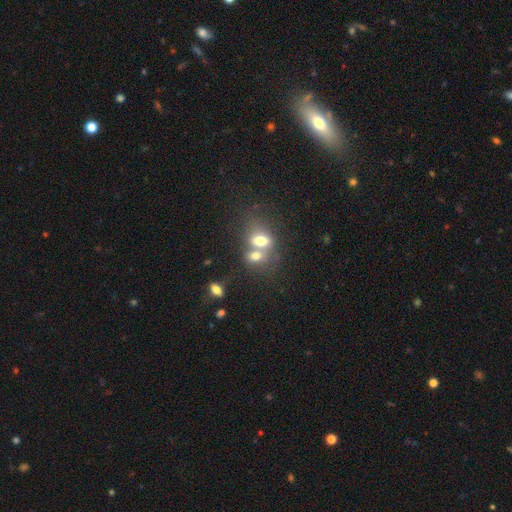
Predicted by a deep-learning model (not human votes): Smooth or featured?
  - smooth: 69% *
  - featured or disk: 20%
  - star or artifact: 11%
How rounded?
  - in between: 73% *
  - round: 24%
  - cigar-shaped: 3%
Merging?
  - merger: 67% *
  - none: 22%
  - minor disturbance: 6%
  - major disturbance: 4%